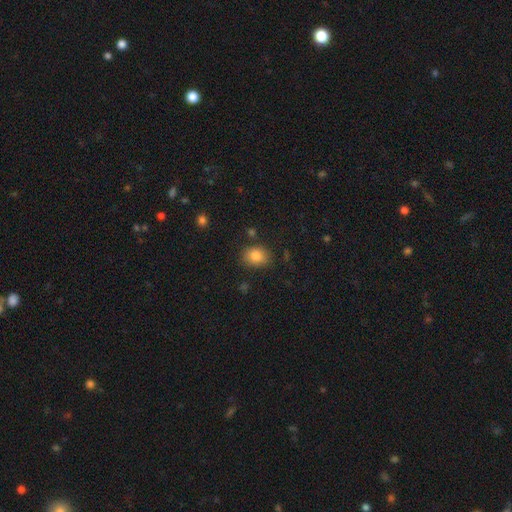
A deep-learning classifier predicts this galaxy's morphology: A smooth galaxy with no disk features (84%) that is round (51%).

Vote fractions:
- Smooth or featured? smooth: 84% / star or artifact: 10% / featured or disk: 7%
- How rounded? round: 51% / in between: 48% / cigar-shaped: 1%
- Merging? none: 80% / minor disturbance: 13% / major disturbance: 3% / merger: 3%